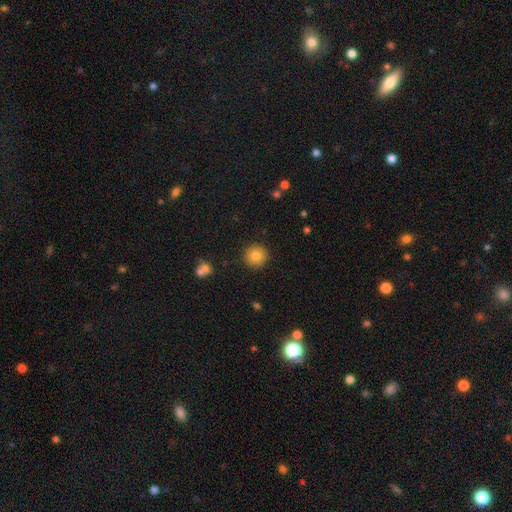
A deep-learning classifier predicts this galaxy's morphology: smooth_or_featured: smooth (p=0.82) [alt: star or artifact p=0.10]
how_rounded: round (p=0.95) [alt: in between p=0.04]
merging: none (p=0.91) [alt: minor disturbance p=0.06]